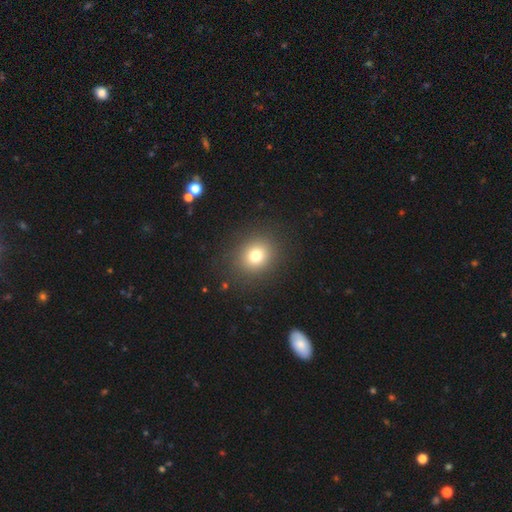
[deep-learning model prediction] Smooth or featured? smooth (76%)
How rounded? round (76%)
Merging? none (88%)